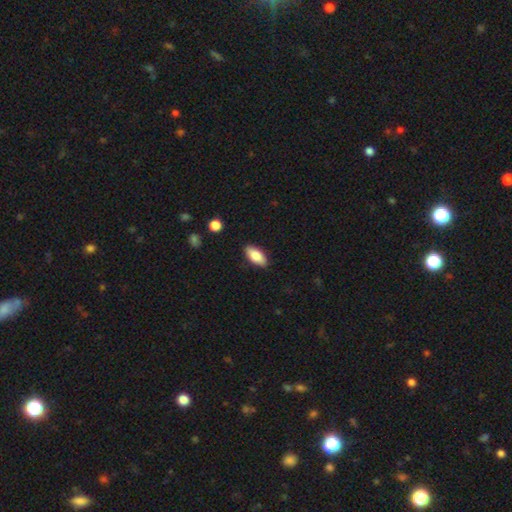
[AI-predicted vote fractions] Overall: smooth (82%). How rounded: in between (88%). Merging: none (88%).